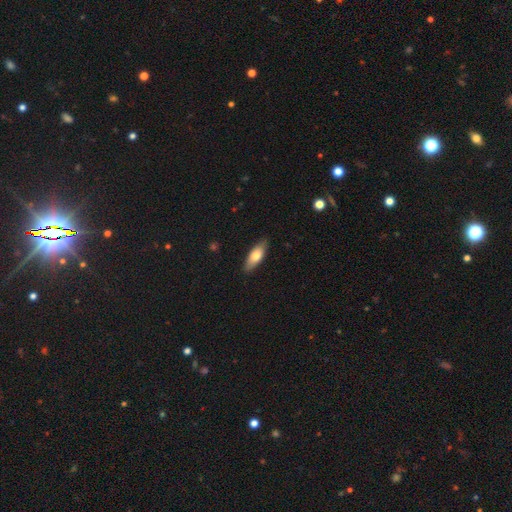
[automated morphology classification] smooth_or_featured: smooth (p=0.70) [alt: featured or disk p=0.24]
how_rounded: in between (p=0.66) [alt: cigar-shaped p=0.32]
merging: none (p=0.87) [alt: minor disturbance p=0.10]